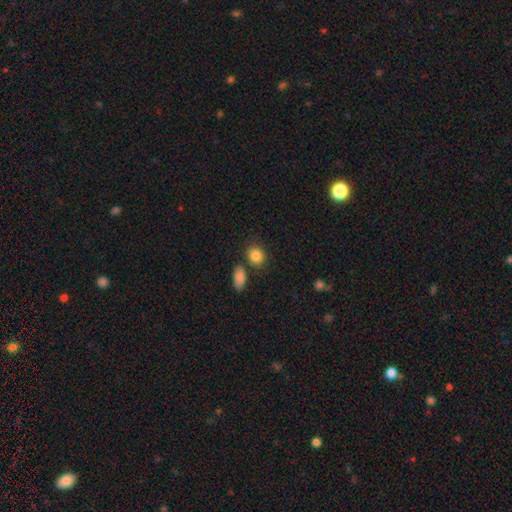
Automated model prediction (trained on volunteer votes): Morphology: type=smooth (86%); roundness=round (65%); merging=none (73%).